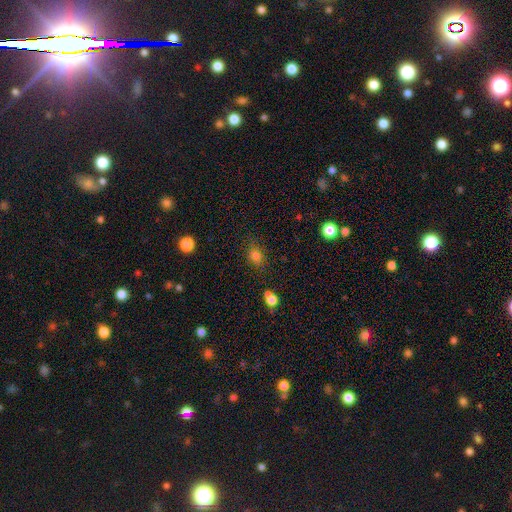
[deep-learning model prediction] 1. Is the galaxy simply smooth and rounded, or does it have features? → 79% smooth, 14% star or artifact, 7% featured or disk.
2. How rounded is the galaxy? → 54% round, 44% in between, 2% cigar-shaped.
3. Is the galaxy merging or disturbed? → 74% none, 16% minor disturbance, 5% merger, 4% major disturbance.